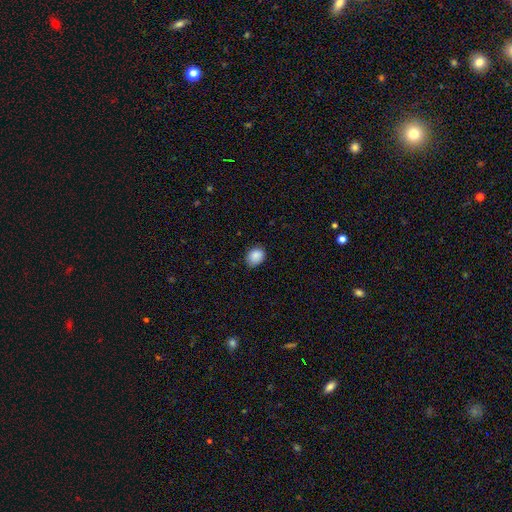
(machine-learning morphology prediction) smooth-or-featured: smooth: 88% | star or artifact: 8% | featured or disk: 4%
  how-rounded: in between: 58% | round: 41% | cigar-shaped: 1%
  merging: none: 78% | minor disturbance: 18% | major disturbance: 3% | merger: 1%